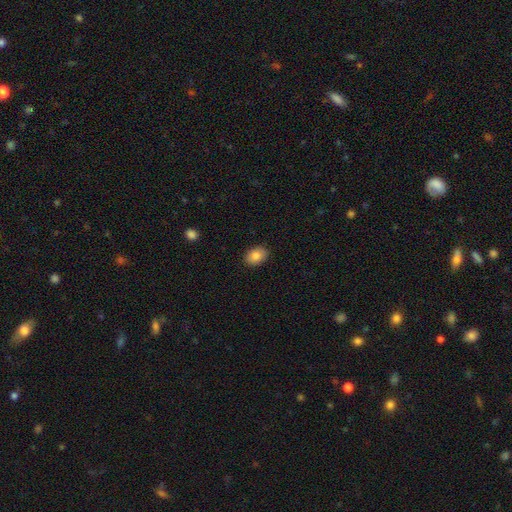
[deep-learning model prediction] Overall: smooth (85%). How rounded: in between (77%). Merging: none (89%).